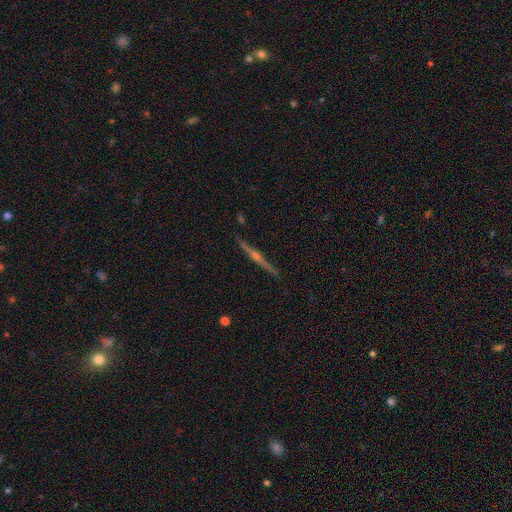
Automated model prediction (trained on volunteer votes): Morphology: type=featured or disk (84%); edge-on=yes (98%); edge-on bulge=rounded (90%); merging=none (91%).